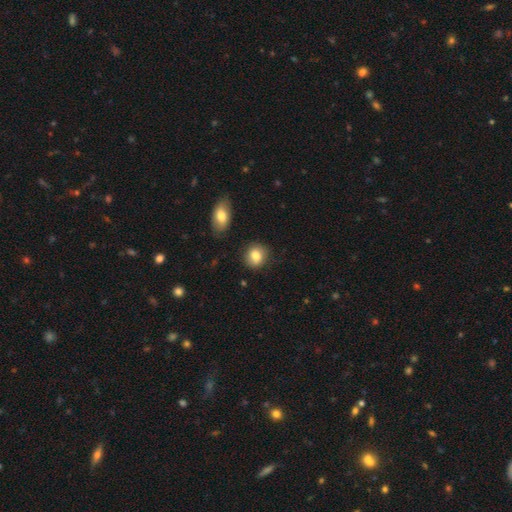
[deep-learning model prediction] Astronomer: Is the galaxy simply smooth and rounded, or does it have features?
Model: smooth — 83%.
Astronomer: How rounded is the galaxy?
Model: round — 71%.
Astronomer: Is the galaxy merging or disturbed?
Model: none — 84%.